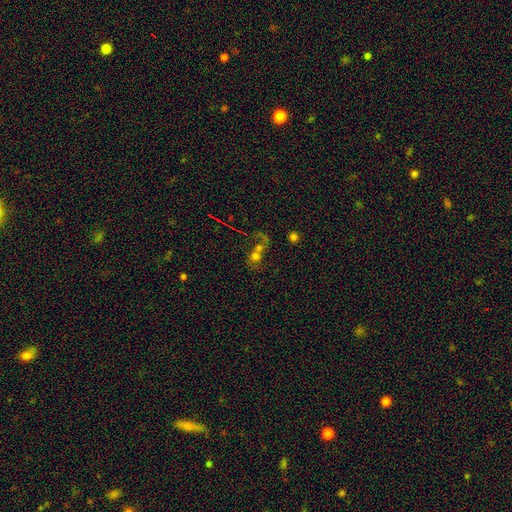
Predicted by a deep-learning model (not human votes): Smooth or featured? Predicted: smooth (p=0.50). Merging? Predicted: merger (p=0.68).